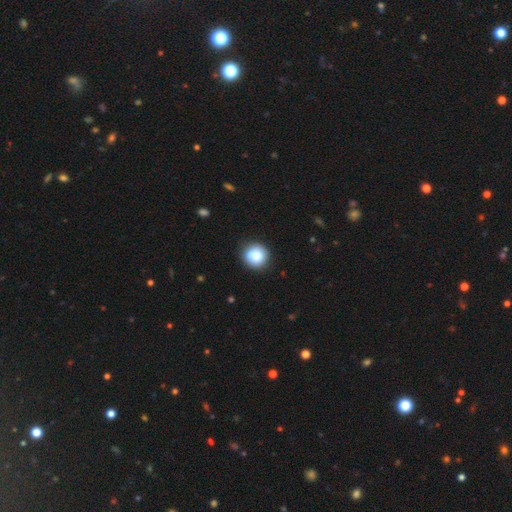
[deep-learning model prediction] This appears to be a smooth galaxy with no disk features (85%) that is round (93%). Merging: none (88%).